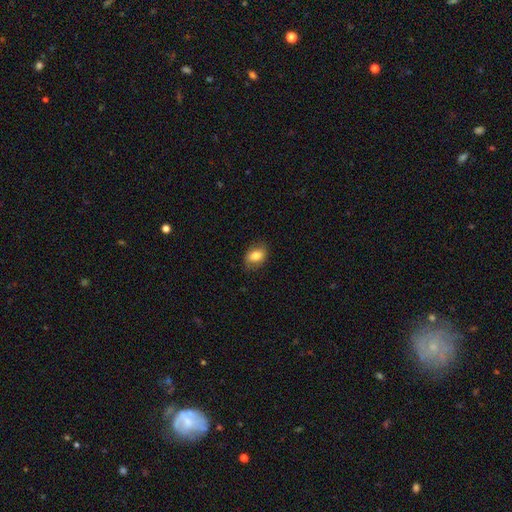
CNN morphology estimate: smooth-or-featured: smooth: 80% | featured or disk: 12% | star or artifact: 8%
  how-rounded: in between: 75% | round: 24% | cigar-shaped: 1%
  merging: none: 79% | minor disturbance: 16% | major disturbance: 4% | merger: 1%